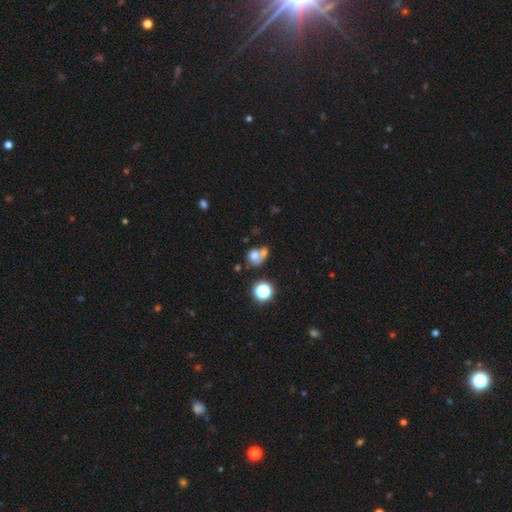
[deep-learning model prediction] A smooth galaxy with no disk features (68%) that is round (69%). Merging: merger (49%).